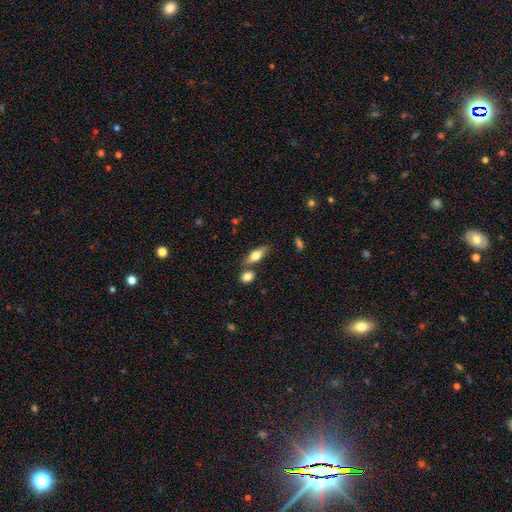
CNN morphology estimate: smooth_or_featured: smooth (p=0.67) [alt: featured or disk p=0.26]
how_rounded: in between (p=0.65) [alt: cigar-shaped p=0.31]
merging: none (p=0.67) [alt: merger p=0.17]